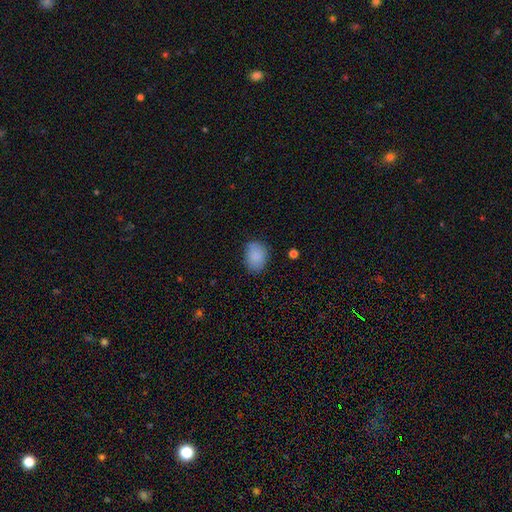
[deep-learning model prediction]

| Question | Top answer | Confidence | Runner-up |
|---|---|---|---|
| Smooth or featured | smooth | 86% | star or artifact (8%) |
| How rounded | in between | 63% | round (37%) |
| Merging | none | 75% | minor disturbance (18%) |